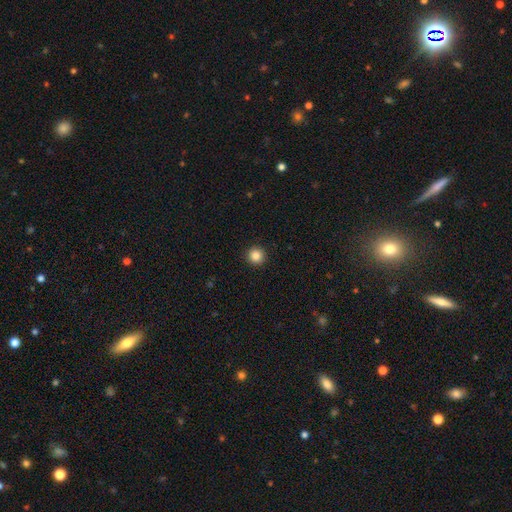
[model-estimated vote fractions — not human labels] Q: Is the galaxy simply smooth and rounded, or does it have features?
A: smooth — 86%.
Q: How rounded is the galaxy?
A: round — 96%.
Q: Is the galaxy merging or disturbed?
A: none — 93%.